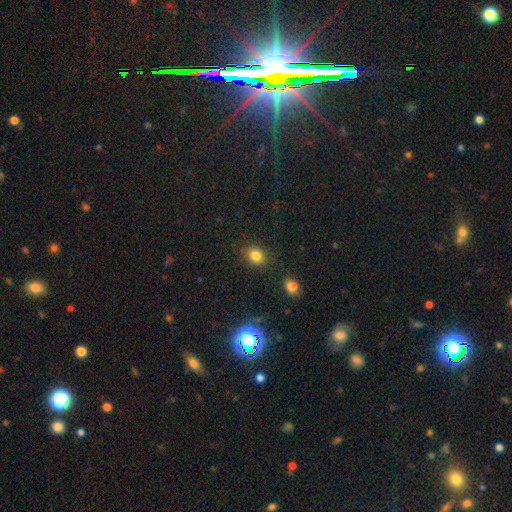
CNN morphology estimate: Smooth or featured? Predicted: smooth (p=0.81). How rounded? Predicted: round (p=0.63). Merging? Predicted: none (p=0.84).